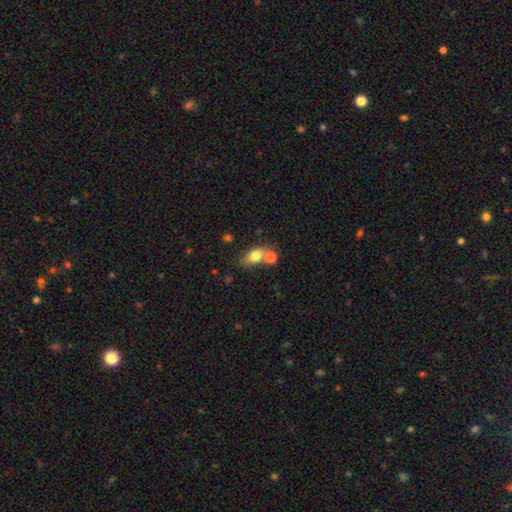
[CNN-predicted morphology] A smooth galaxy with no disk features (78%) that is in between round and cigar-shaped (76%). Merging: none (51%).